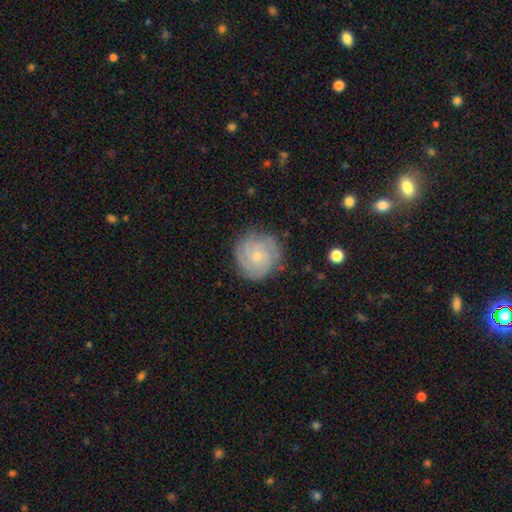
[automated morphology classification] The model was most divided on "smooth or featured": featured or disk: 55%, smooth: 37%, star or artifact: 8%. More confident: edge-on disk — no (97%); bar — no (84%); spiral arms — yes (80%); merging — none (78%); bulge size — small (75%).